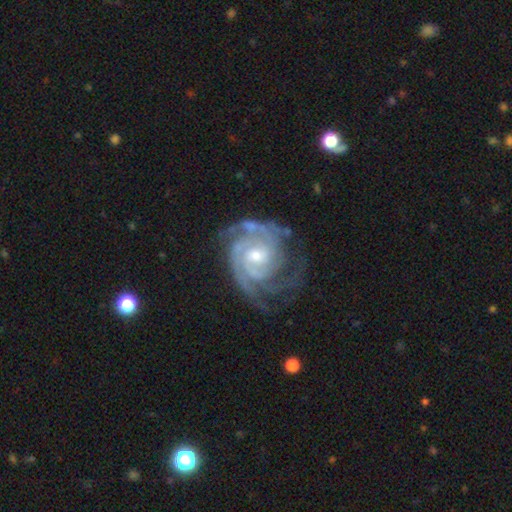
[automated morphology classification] Q: Smooth or featured?
A: featured or disk (93%); runner-up: star or artifact (4%)
Q: Edge-on disk?
A: no (98%); runner-up: yes (2%)
Q: Bar?
A: no (56%); runner-up: weak (34%)
Q: Spiral arms?
A: yes (98%); runner-up: no (2%)
Q: Spiral winding?
A: tight (71%); runner-up: medium (26%)
Q: Spiral arm count?
A: 3 (36%); runner-up: 2 (26%)
Q: Bulge size?
A: moderate (49%); runner-up: small (47%)
Q: Merging?
A: none (68%); runner-up: minor disturbance (20%)